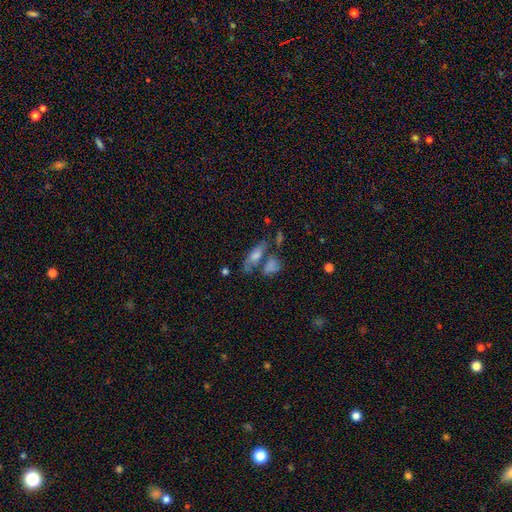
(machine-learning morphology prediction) Smooth or featured? smooth (54%)
How rounded? in between (59%)
Merging? none (49%)